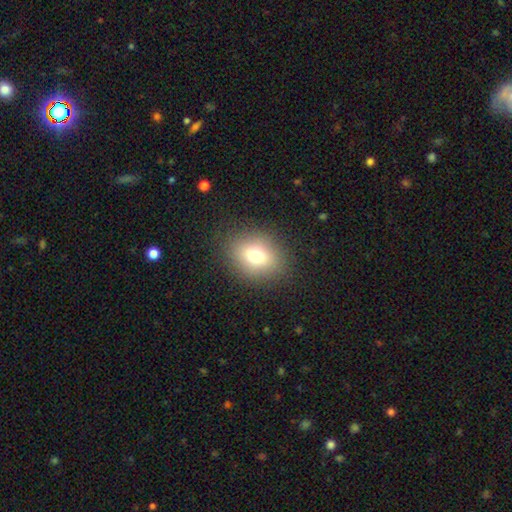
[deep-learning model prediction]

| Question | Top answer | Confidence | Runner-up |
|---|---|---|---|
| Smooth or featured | smooth | 73% | star or artifact (14%) |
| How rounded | round | 50% | in between (49%) |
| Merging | none | 86% | minor disturbance (9%) |